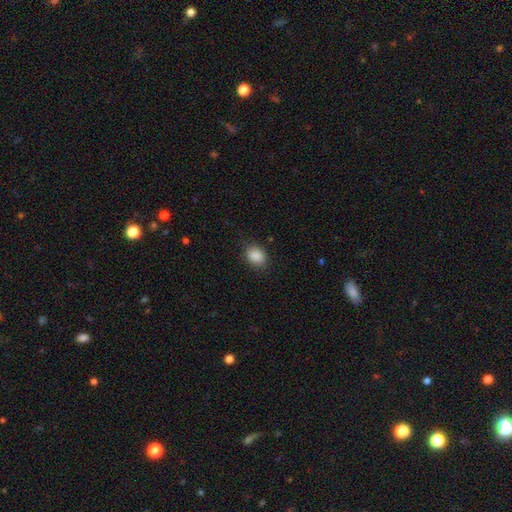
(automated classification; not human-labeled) This is clearly a smooth galaxy (88%). How rounded: likely in between (63%). Merging: clearly none (83%).